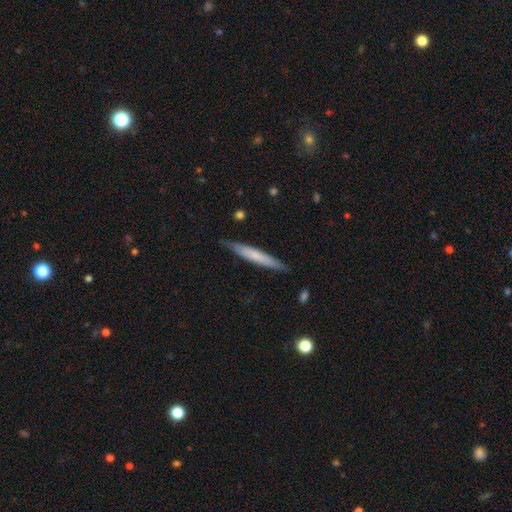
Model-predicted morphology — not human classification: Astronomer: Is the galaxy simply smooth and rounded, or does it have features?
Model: smooth — 59% (runner-up: featured or disk, 35%).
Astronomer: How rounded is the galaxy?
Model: cigar-shaped — 94%.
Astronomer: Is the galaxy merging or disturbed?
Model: none — 86%.